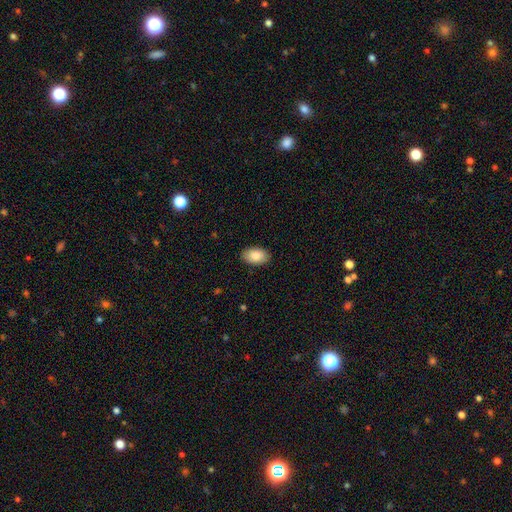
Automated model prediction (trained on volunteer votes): Smooth or featured?
  - smooth: 88% *
  - star or artifact: 6%
  - featured or disk: 6%
How rounded?
  - in between: 92% *
  - round: 7%
  - cigar-shaped: 1%
Merging?
  - none: 88% *
  - minor disturbance: 9%
  - major disturbance: 2%
  - merger: 1%